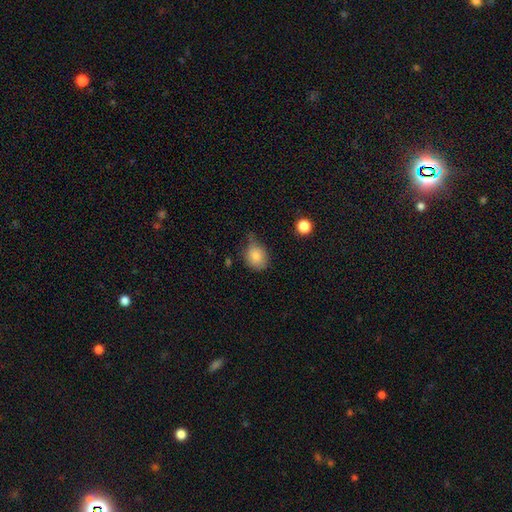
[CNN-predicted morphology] smooth 84%, star or artifact 9%, featured or disk 8%. Down the decision tree: how rounded — round (59%); merging — none (51%).